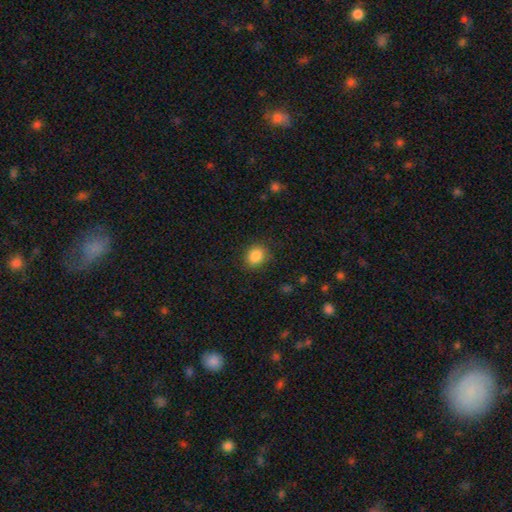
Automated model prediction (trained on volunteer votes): smooth-or-featured: smooth: 86% | star or artifact: 9% | featured or disk: 4%
  how-rounded: round: 64% | in between: 35% | cigar-shaped: 1%
  merging: none: 86% | minor disturbance: 10% | major disturbance: 3% | merger: 1%